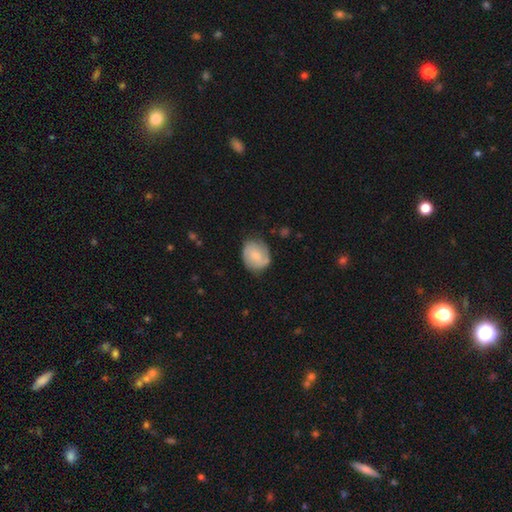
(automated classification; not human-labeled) This is possibly a smooth galaxy (50%). How rounded: possibly round (55%). Merging: likely none (70%).